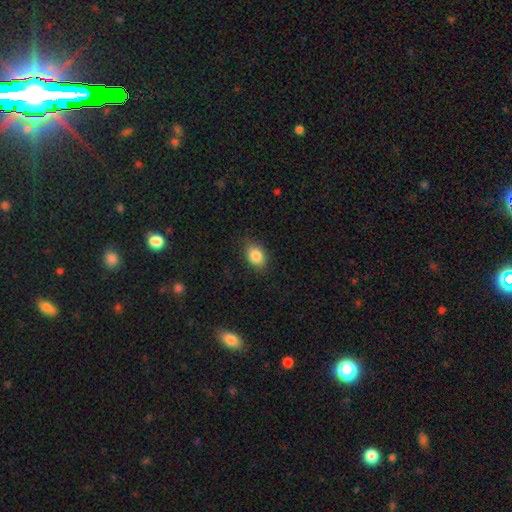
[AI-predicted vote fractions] The model was most divided on "how rounded": in between: 76%, round: 23%, cigar-shaped: 1%. More confident: smooth or featured — smooth (85%); merging — none (83%).